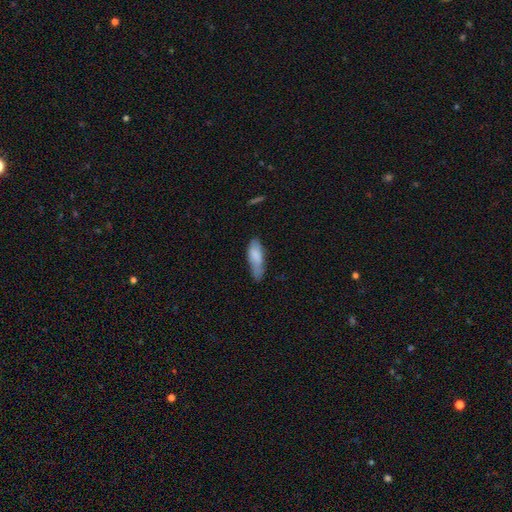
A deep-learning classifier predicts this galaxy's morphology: This is likely a smooth galaxy (79%). How rounded: likely in between (60%). Merging: possibly none (48%).